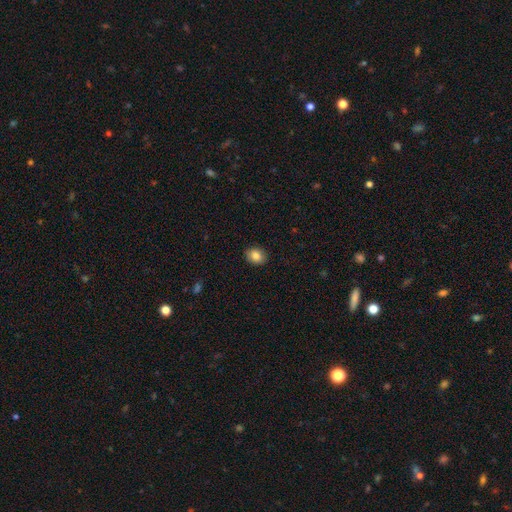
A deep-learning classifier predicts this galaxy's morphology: A smooth galaxy with no disk features (84%) that is in between round and cigar-shaped (54%). Merging: none (88%).